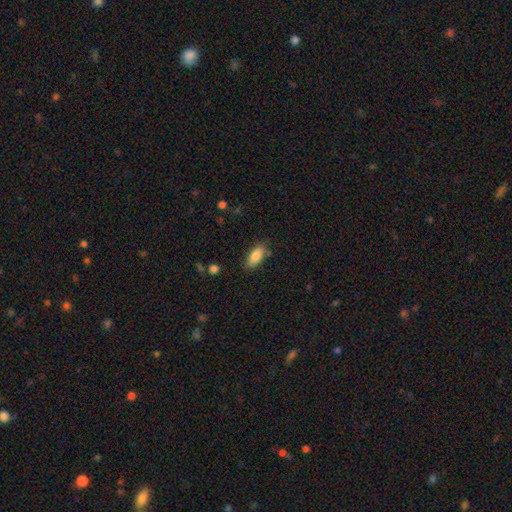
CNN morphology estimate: A smooth galaxy with no disk features (85%) that is in between round and cigar-shaped (85%).

Vote fractions:
- Smooth or featured? smooth: 85% / featured or disk: 8% / star or artifact: 7%
- How rounded? in between: 85% / cigar-shaped: 13% / round: 2%
- Merging? none: 78% / minor disturbance: 16% / major disturbance: 3% / merger: 3%